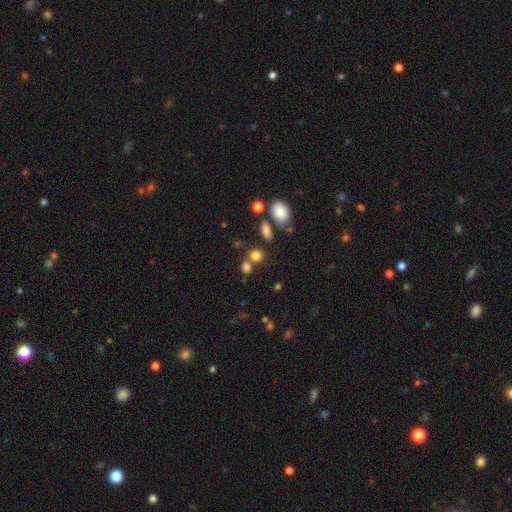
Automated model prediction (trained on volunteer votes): The model was most divided on "how rounded": round: 66%, in between: 32%, cigar-shaped: 2%. More confident: smooth or featured — smooth (79%); merging — none (61%).